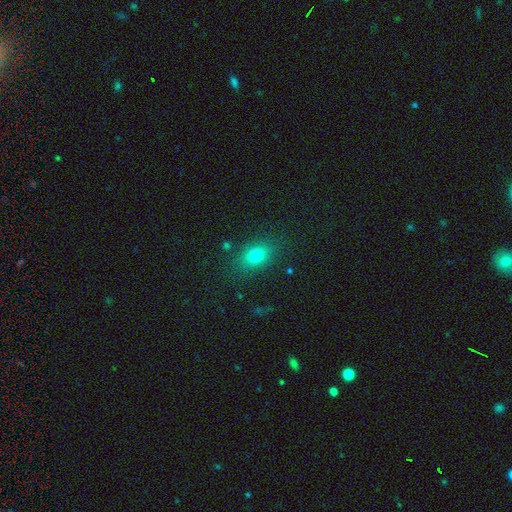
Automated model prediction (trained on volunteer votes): smooth 75%, star or artifact 14%, featured or disk 11%. Down the decision tree: how rounded — in between (74%); merging — none (83%).